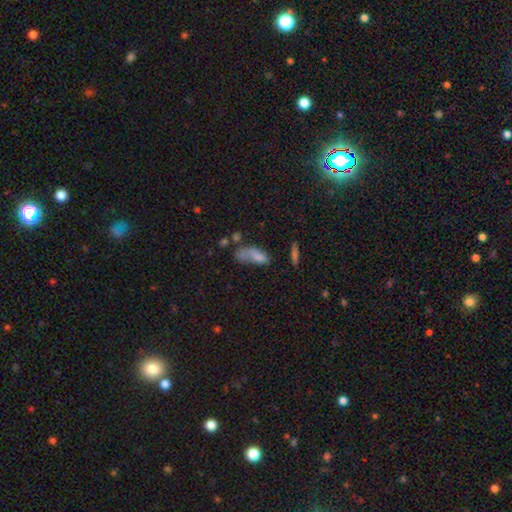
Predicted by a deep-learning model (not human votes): This appears to be a smooth galaxy with no disk features (72%) that is in between round and cigar-shaped (75%). Merging: major disturbance (29%).